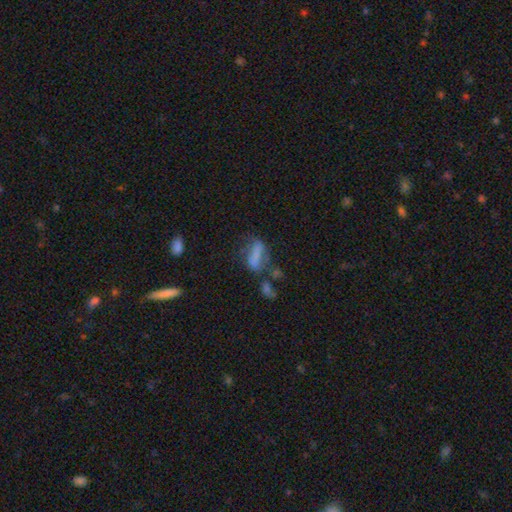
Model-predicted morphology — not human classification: This is possibly a smooth galaxy (58%). How rounded: likely in between (61%). Merging: marginally none (38%).